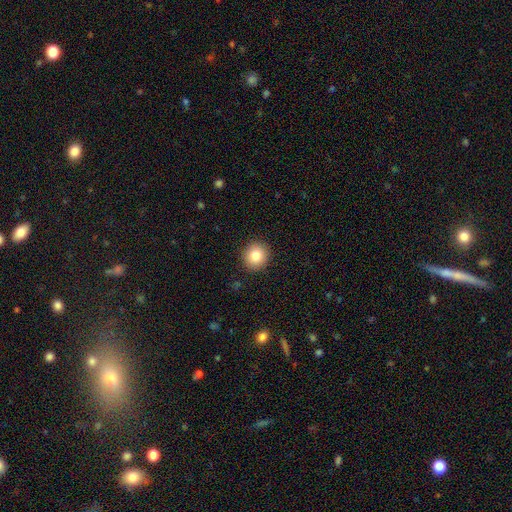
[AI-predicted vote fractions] The model was most divided on "smooth or featured": smooth: 84%, star or artifact: 9%, featured or disk: 7%. More confident: merging — none (91%); how rounded — round (88%).